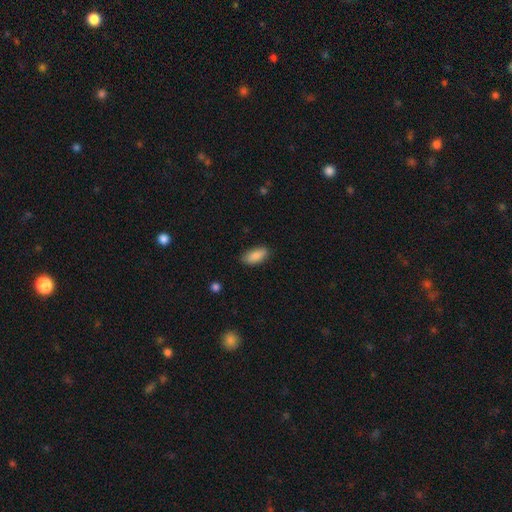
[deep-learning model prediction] Q: Smooth or featured?
A: smooth (89%); runner-up: star or artifact (6%)
Q: How rounded?
A: in between (88%); runner-up: cigar-shaped (10%)
Q: Merging?
A: none (86%); runner-up: minor disturbance (11%)